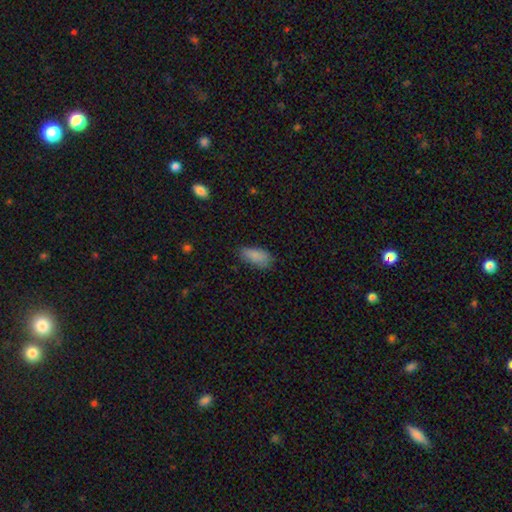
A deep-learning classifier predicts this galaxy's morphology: Smooth or featured? smooth (86%)
How rounded? in between (88%)
Merging? none (70%)